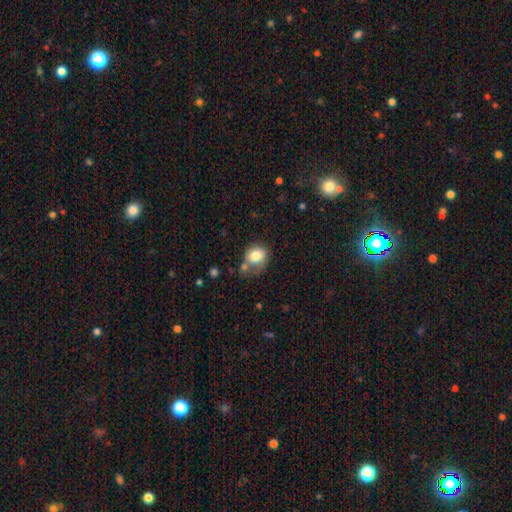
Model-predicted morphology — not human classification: A smooth galaxy with no disk features (78%) that is round (68%). Merging: none (47%).